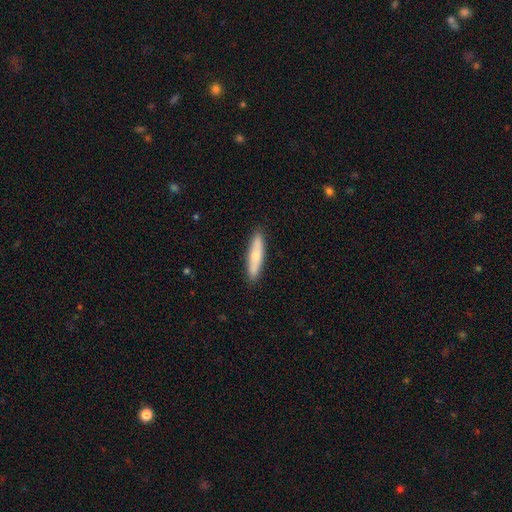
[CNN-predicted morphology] smooth 64%, featured or disk 30%, star or artifact 5%. Down the decision tree: how rounded — cigar-shaped (83%); merging — none (90%).